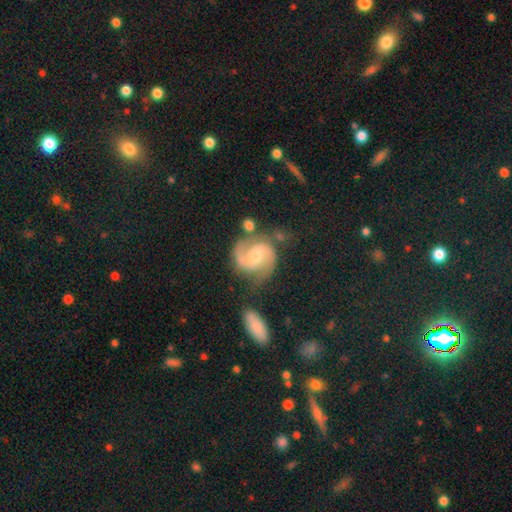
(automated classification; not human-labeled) Morphology: type=featured or disk (88%); edge-on=no (98%); bar=no (49%); spiral arms=yes (97%); winding=medium (57%); arm count=2 (91%); bulge=moderate (64%); merging=none (64%).